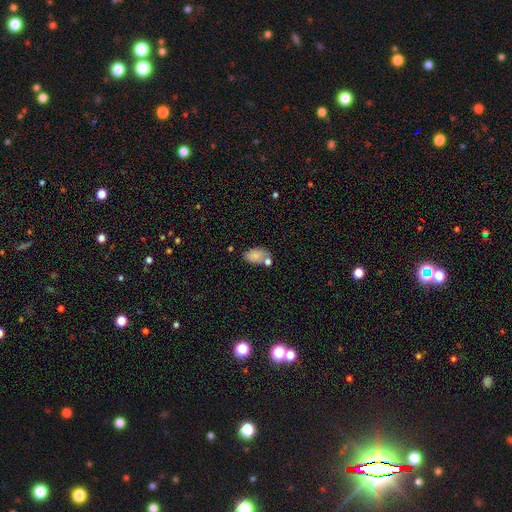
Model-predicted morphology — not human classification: Overall: smooth (80%). How rounded: in between (90%). Merging: none (50%; merger 23%).